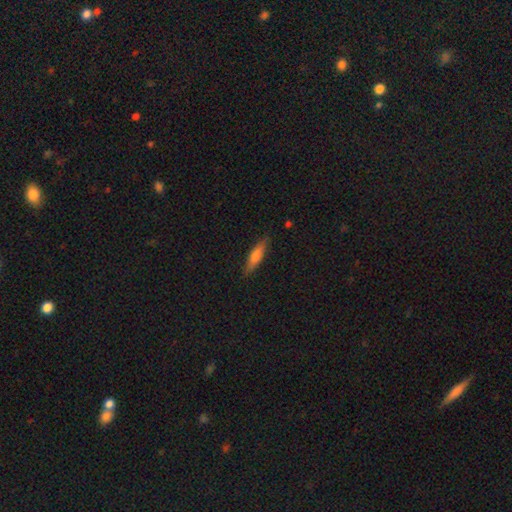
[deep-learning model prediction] This is likely a smooth galaxy (63%). How rounded: likely cigar-shaped (76%). Merging: clearly none (85%).